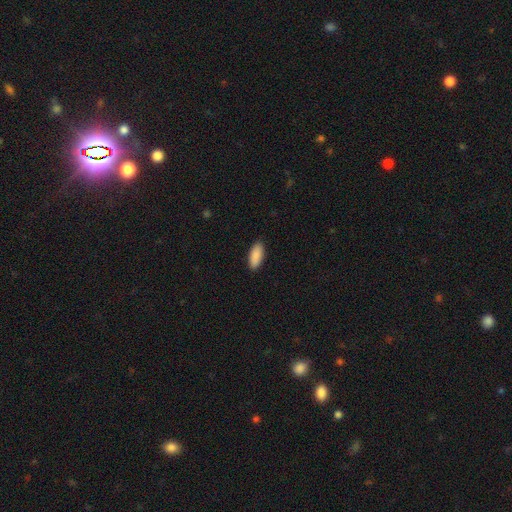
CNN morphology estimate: Smooth or featured? Predicted: smooth (p=0.90). How rounded? Predicted: in between (p=0.85). Merging? Predicted: none (p=0.90).